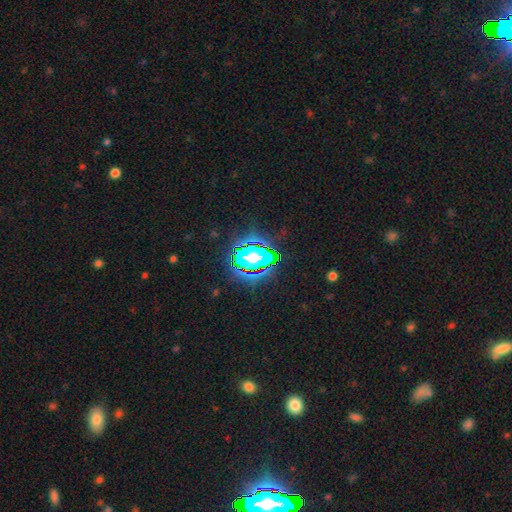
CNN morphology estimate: Smooth or featured? Predicted: star or artifact (p=0.59).